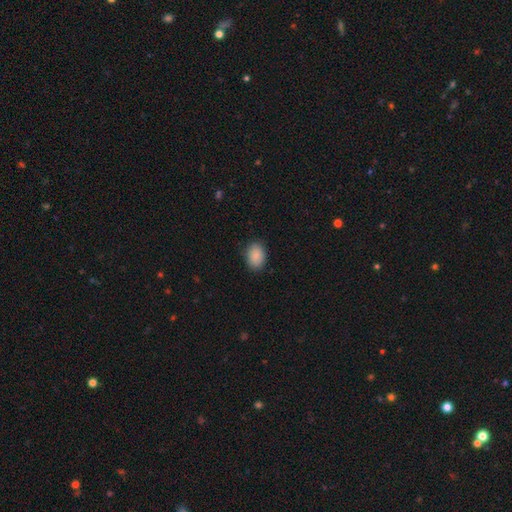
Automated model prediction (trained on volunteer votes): This is clearly a smooth galaxy (89%). How rounded: likely in between (77%). Merging: clearly none (86%).